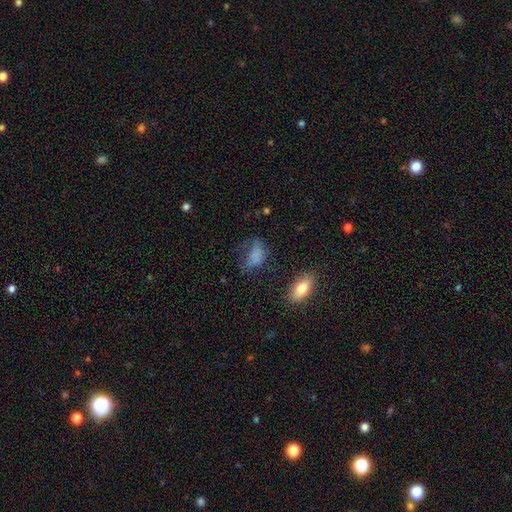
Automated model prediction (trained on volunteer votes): smooth-or-featured: smooth: 72% | featured or disk: 14% | star or artifact: 14%
  how-rounded: in between: 82% | round: 14% | cigar-shaped: 4%
  merging: none: 36% | major disturbance: 32% | minor disturbance: 28% | merger: 4%